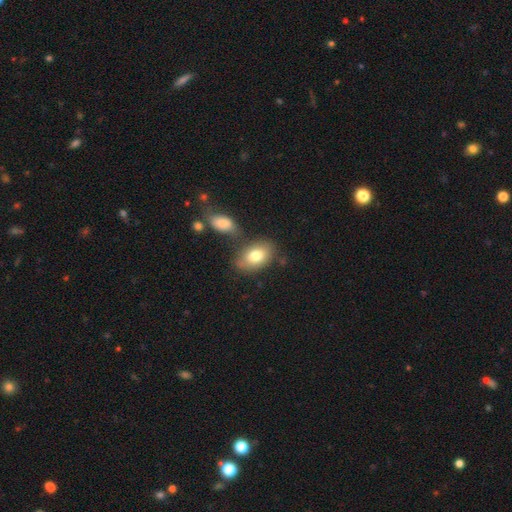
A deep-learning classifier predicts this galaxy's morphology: Smooth or featured? smooth (78%)
How rounded? in between (86%)
Merging? none (64%)